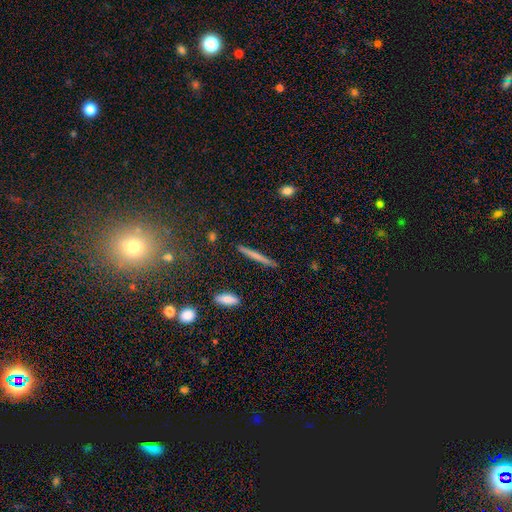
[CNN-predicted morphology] Smooth or featured? Predicted: smooth (p=0.56). How rounded? Predicted: cigar-shaped (p=0.94). Merging? Predicted: none (p=0.89).